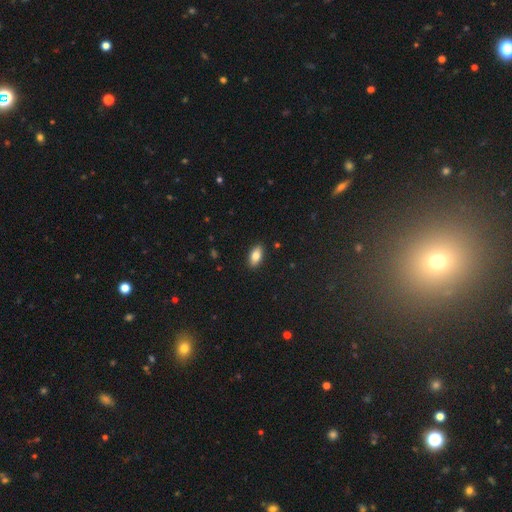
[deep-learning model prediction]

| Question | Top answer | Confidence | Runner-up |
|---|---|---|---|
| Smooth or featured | smooth | 83% | featured or disk (10%) |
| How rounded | in between | 91% | cigar-shaped (6%) |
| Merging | none | 89% | minor disturbance (8%) |